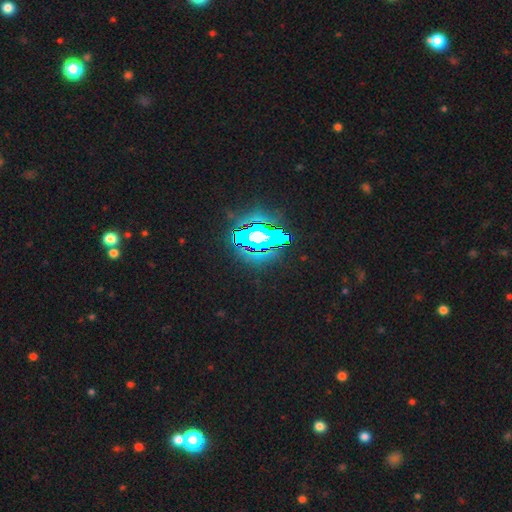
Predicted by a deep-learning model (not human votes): This is clearly a star or artifact rather than a galaxy (84%).